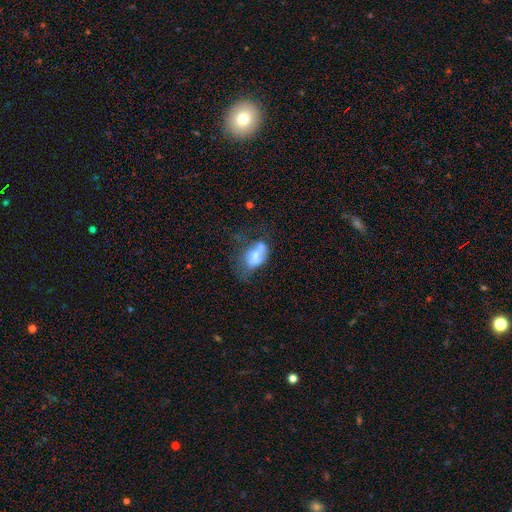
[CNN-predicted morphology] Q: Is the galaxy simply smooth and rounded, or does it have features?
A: smooth — 49%.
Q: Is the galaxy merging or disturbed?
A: merger — 29%.